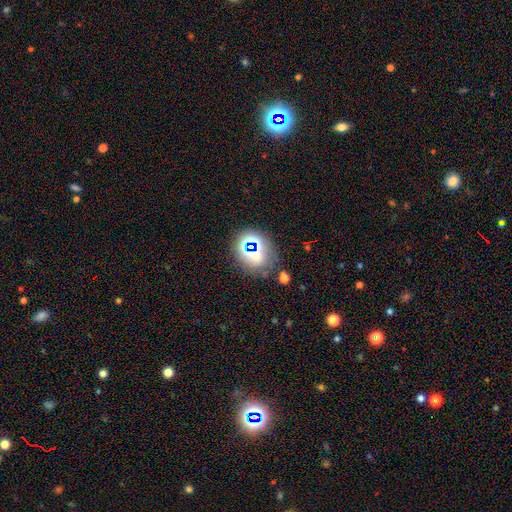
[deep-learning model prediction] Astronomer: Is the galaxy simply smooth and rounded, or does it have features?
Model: star or artifact — 48% (runner-up: smooth, 38%).